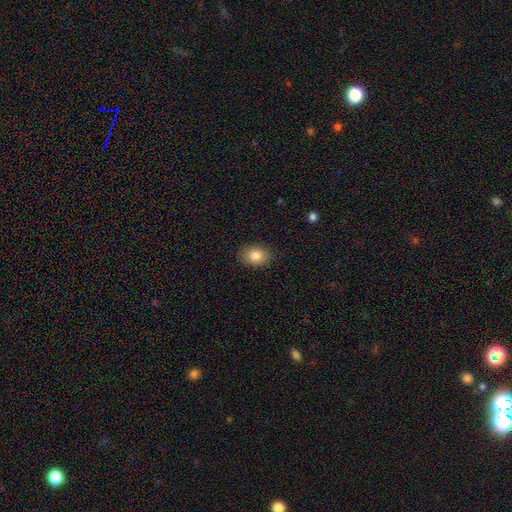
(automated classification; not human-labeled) smooth 84%, star or artifact 9%, featured or disk 7%. Down the decision tree: how rounded — in between (67%); merging — none (86%).